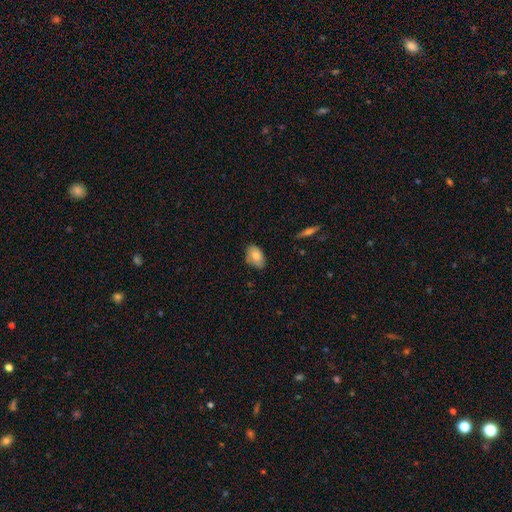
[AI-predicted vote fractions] This appears to be a smooth galaxy with no disk features (81%) that is in between round and cigar-shaped (90%). Merging: none (74%).